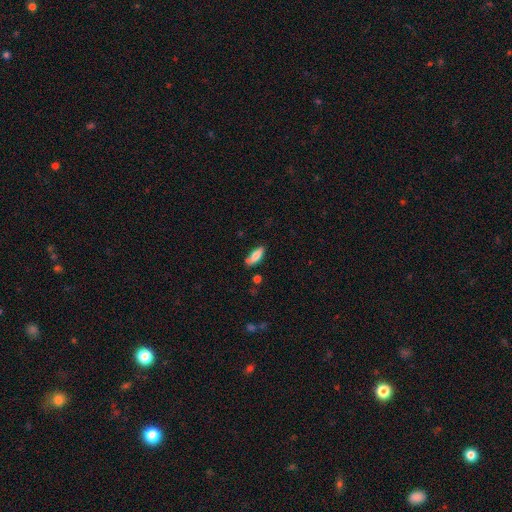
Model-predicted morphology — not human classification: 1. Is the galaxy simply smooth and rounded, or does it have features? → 80% smooth, 13% featured or disk, 6% star or artifact.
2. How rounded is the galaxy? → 67% in between, 31% cigar-shaped, 2% round.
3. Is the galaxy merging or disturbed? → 72% none, 20% minor disturbance, 4% merger, 4% major disturbance.